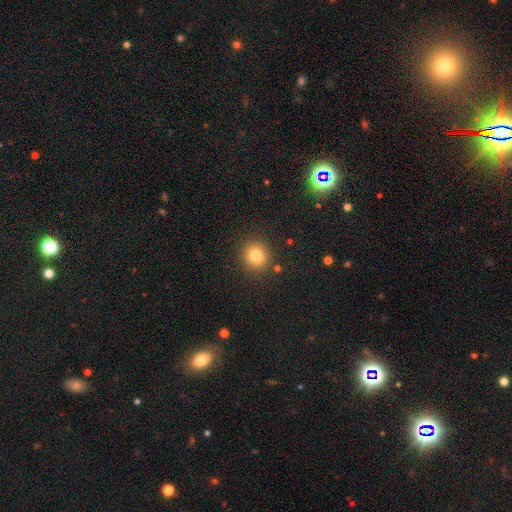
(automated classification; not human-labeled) The model was most divided on "smooth or featured": smooth: 80%, star or artifact: 13%, featured or disk: 8%. More confident: how rounded — round (90%); merging — none (89%).